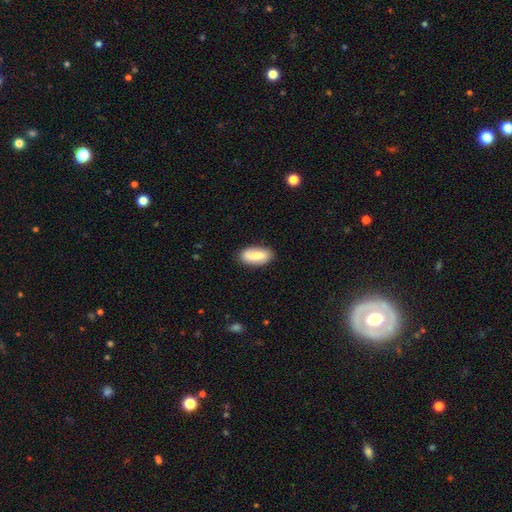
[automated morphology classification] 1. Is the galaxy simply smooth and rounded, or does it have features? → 65% smooth, 28% featured or disk, 6% star or artifact.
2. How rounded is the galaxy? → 89% in between, 8% cigar-shaped, 3% round.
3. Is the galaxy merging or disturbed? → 84% none, 12% minor disturbance, 3% major disturbance, 1% merger.